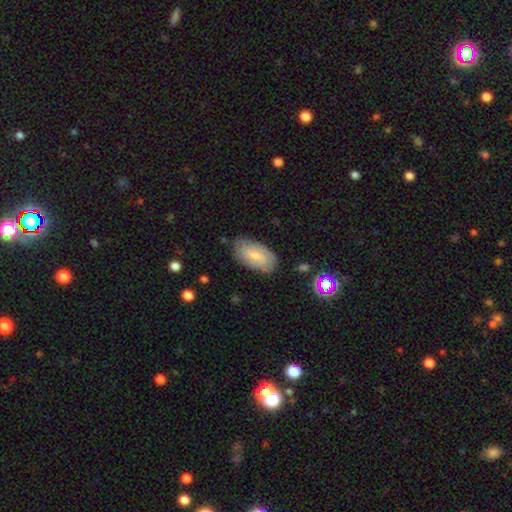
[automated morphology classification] The model was most divided on "smooth or featured": smooth: 60%, featured or disk: 33%, star or artifact: 7%. More confident: how rounded — in between (93%); merging — none (77%).